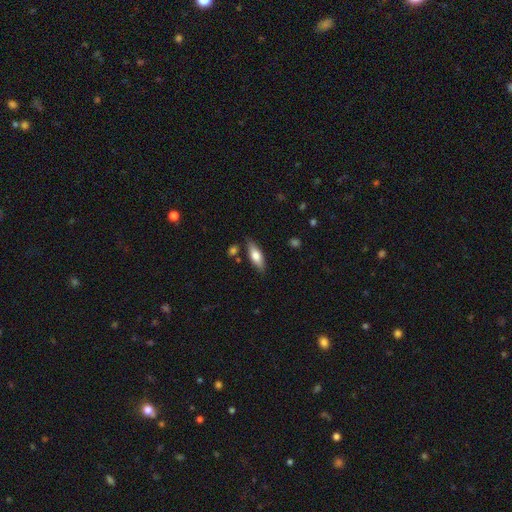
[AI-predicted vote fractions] Smooth or featured? Predicted: smooth (p=0.67). How rounded? Predicted: in between (p=0.63). Merging? Predicted: none (p=0.81).